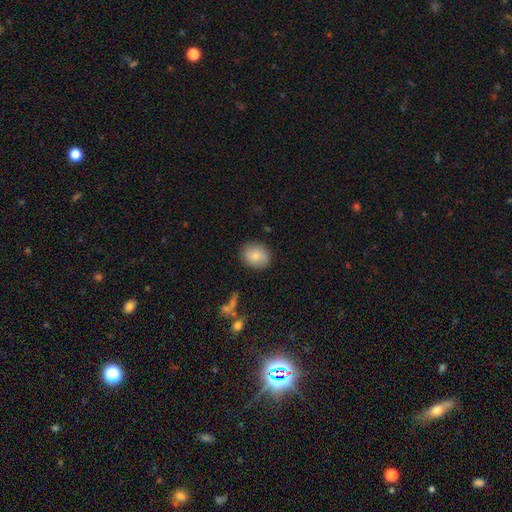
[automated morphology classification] Smooth or featured?
  - smooth: 79% *
  - featured or disk: 13%
  - star or artifact: 8%
How rounded?
  - round: 66% *
  - in between: 33%
  - cigar-shaped: 1%
Merging?
  - none: 84% *
  - minor disturbance: 11%
  - major disturbance: 3%
  - merger: 1%